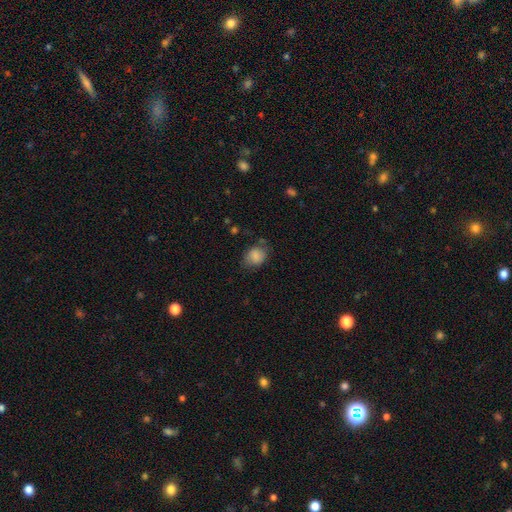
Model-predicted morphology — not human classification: Smooth or featured? smooth (83%)
How rounded? in between (57%)
Merging? none (67%)